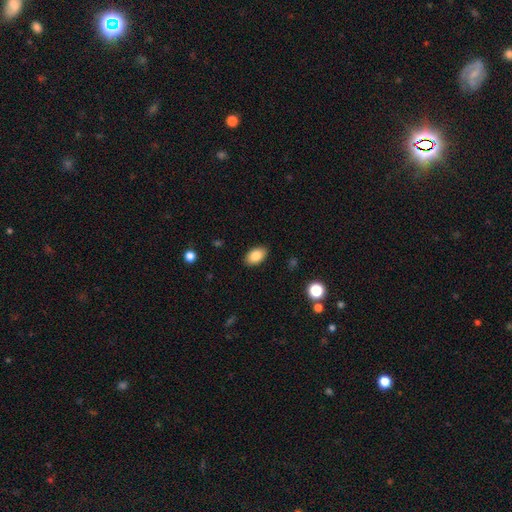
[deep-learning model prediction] smooth 84%, featured or disk 8%, star or artifact 8%. Down the decision tree: how rounded — in between (92%); merging — none (89%).